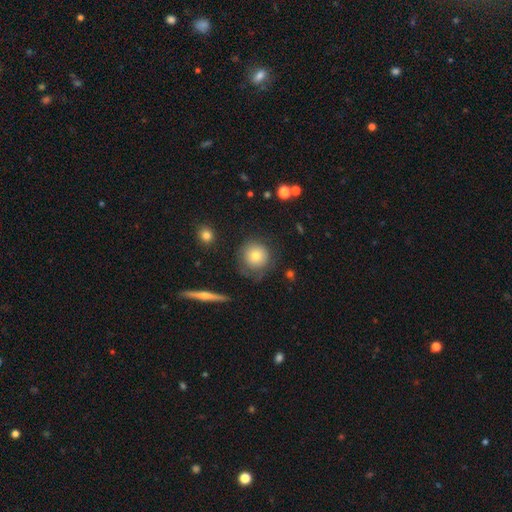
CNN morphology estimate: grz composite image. It shows a smooth galaxy with no disk features (73%) that is round (91%). Merging: none (71%).